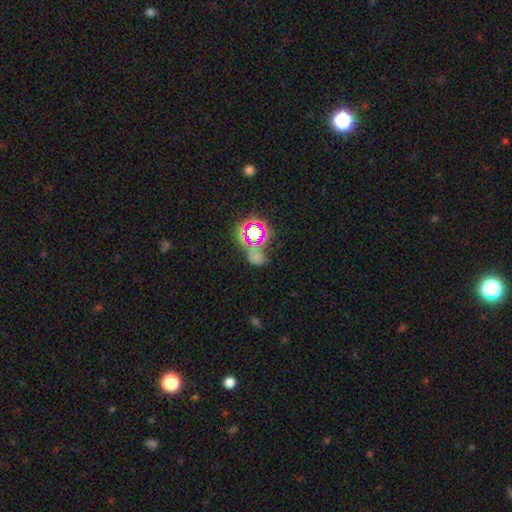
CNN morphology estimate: Q: Smooth or featured?
A: star or artifact (48%); runner-up: smooth (39%)